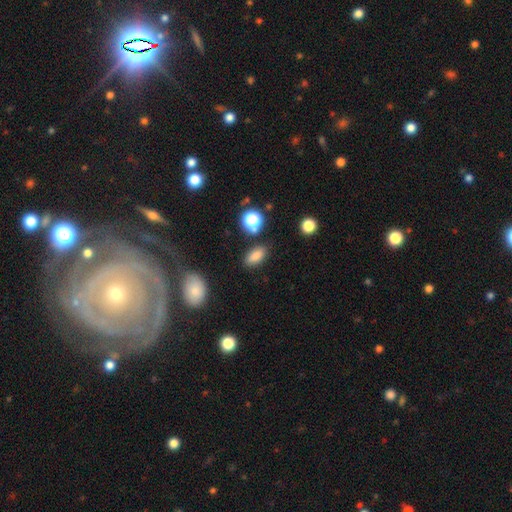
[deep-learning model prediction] Morphology: type=smooth (81%); roundness=in between (84%); merging=none (82%).